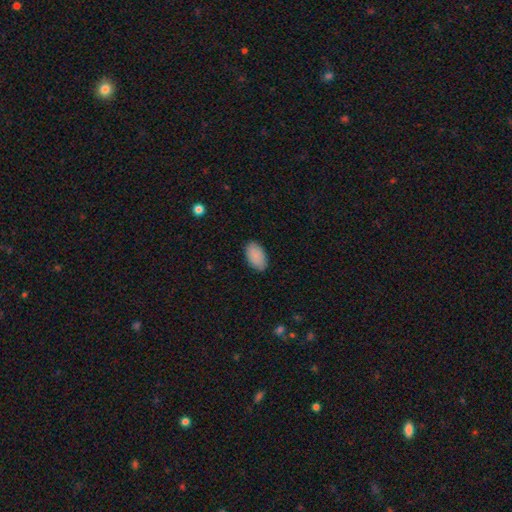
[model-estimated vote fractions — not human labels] Smooth or featured? Predicted: smooth (p=0.89). How rounded? Predicted: in between (p=0.95). Merging? Predicted: none (p=0.86).